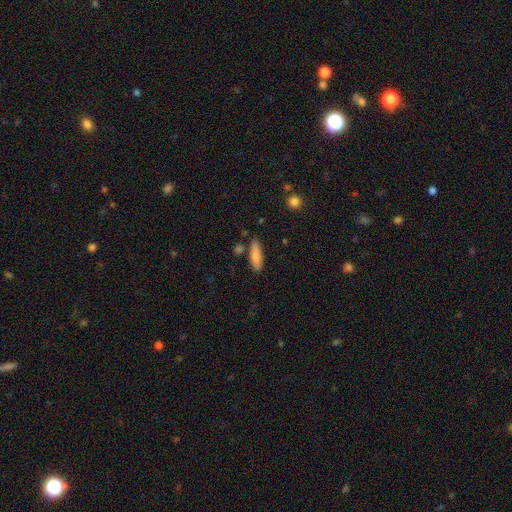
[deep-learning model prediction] Smooth or featured? Predicted: smooth (p=0.81). How rounded? Predicted: cigar-shaped (p=0.52). Merging? Predicted: none (p=0.77).